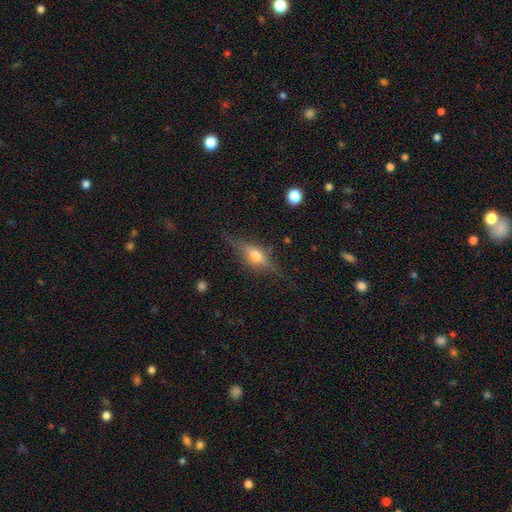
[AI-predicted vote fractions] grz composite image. It shows a featured or disk galaxy (70%) viewed edge-on (95%) with a rounded central bulge (92%). Merging: none (81%).